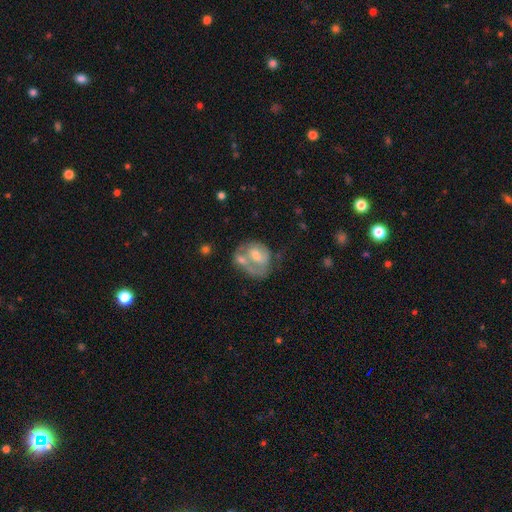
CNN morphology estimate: A featured or disk galaxy (58%) with no bar (59%), spiral arms (55%) and a moderate central bulge (56%).

Vote fractions:
- Smooth or featured? featured or disk: 58% / smooth: 35% / star or artifact: 7%
- Edge-on disk? no: 97% / yes: 3%
- Bar? no: 59% / weak: 33% / strong: 9%
- Spiral arms? yes: 55% / no: 45%
- Bulge size? moderate: 56% / small: 34% / large: 5% / none: 4% / dominant: 1%
- Merging? merger: 42% / none: 26% / minor disturbance: 16% / major disturbance: 16%